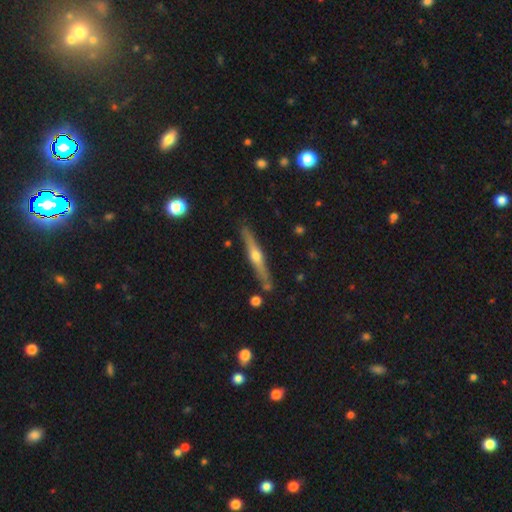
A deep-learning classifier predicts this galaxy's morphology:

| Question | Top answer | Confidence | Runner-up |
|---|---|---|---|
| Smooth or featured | featured or disk | 73% | smooth (21%) |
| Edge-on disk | yes | 97% | no (3%) |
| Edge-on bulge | rounded | 91% | none (6%) |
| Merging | none | 86% | minor disturbance (9%) |